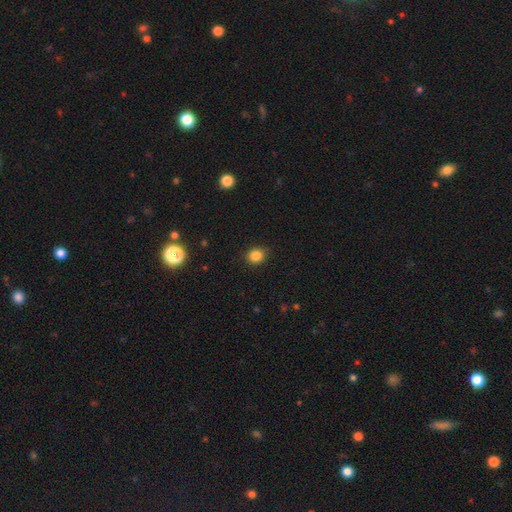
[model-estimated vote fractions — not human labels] A smooth galaxy with no disk features (85%) that is round (74%). Merging: none (86%).